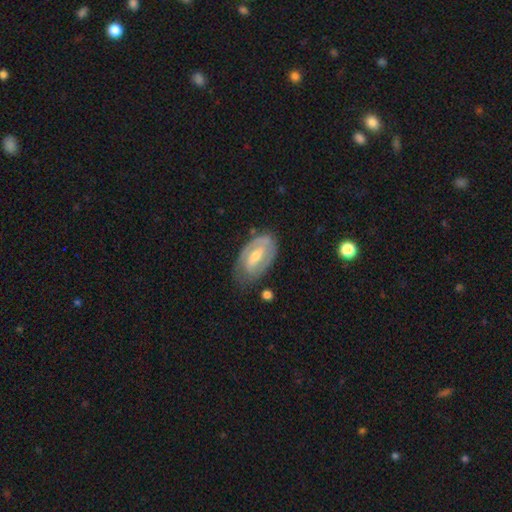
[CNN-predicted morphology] featured or disk 73%, smooth 21%, star or artifact 5%. Down the decision tree: edge-on disk — no (94%); bar — weak (40%); spiral arms — yes (74%); spiral arm count — 2 (63%); spiral winding — tight (54%); bulge size — moderate (51%); merging — none (69%).